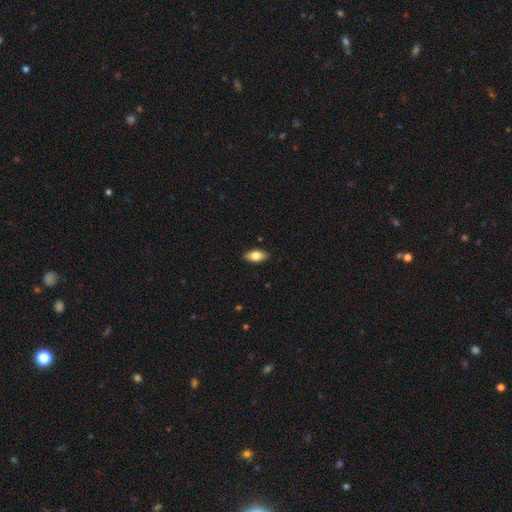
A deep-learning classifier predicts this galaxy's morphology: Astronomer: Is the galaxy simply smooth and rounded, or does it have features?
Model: smooth — 78%.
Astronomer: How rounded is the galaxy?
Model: in between — 89%.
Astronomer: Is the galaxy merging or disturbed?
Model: none — 89%.